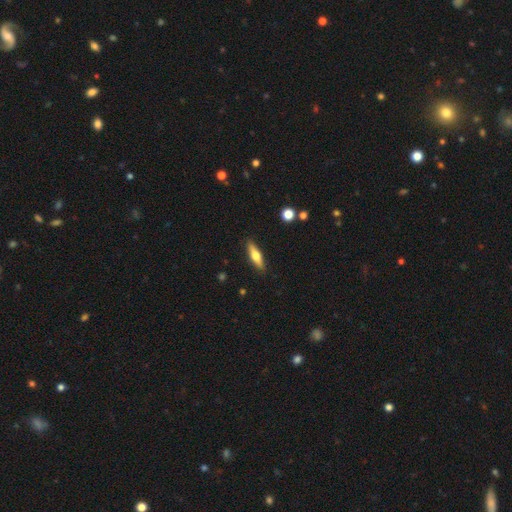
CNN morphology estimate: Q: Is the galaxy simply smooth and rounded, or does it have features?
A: smooth — 51%.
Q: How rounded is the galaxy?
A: cigar-shaped — 63%.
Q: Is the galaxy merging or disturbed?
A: none — 89%.